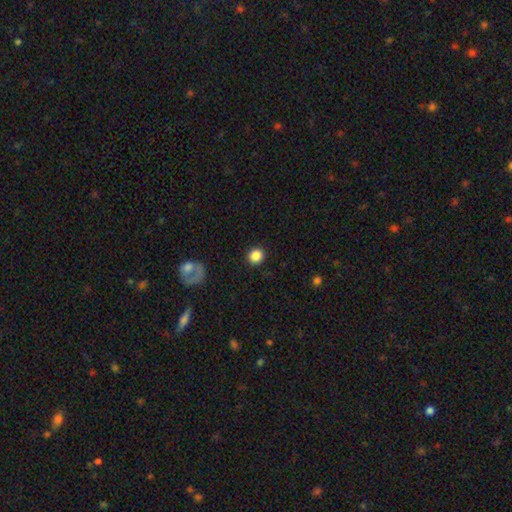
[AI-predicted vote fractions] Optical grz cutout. It shows a smooth galaxy with no disk features (86%) that is round (89%). Merging: none (91%).